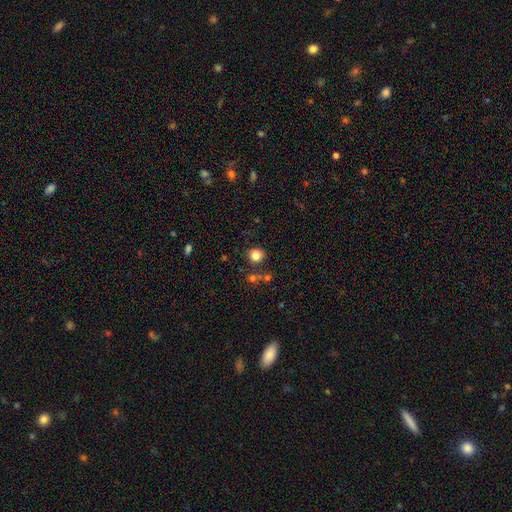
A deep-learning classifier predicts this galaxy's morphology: Q: Smooth or featured?
A: smooth (83%); runner-up: star or artifact (12%)
Q: How rounded?
A: round (87%); runner-up: in between (12%)
Q: Merging?
A: none (80%); runner-up: minor disturbance (9%)